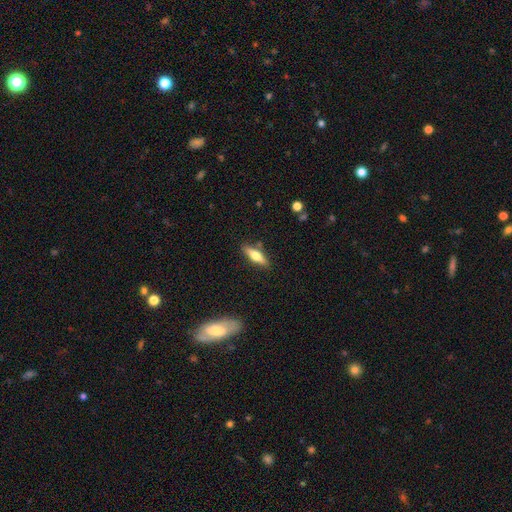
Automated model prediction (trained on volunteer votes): Smooth or featured?
  - smooth: 51% *
  - featured or disk: 42%
  - star or artifact: 6%
How rounded?
  - cigar-shaped: 61% *
  - in between: 36%
  - round: 2%
Merging?
  - none: 84% *
  - minor disturbance: 10%
  - merger: 3%
  - major disturbance: 2%